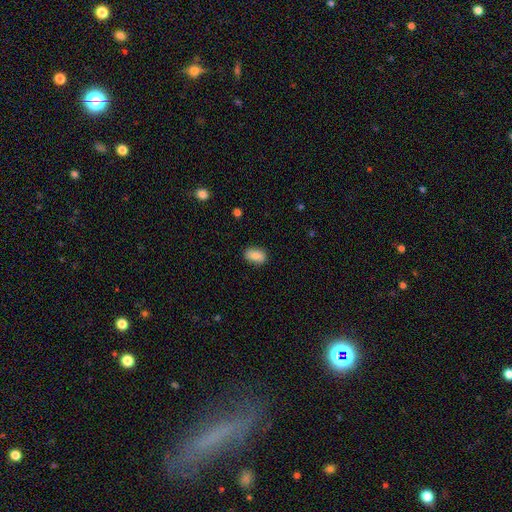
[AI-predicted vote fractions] Smooth or featured? Predicted: smooth (p=0.84). How rounded? Predicted: in between (p=0.88). Merging? Predicted: none (p=0.85).